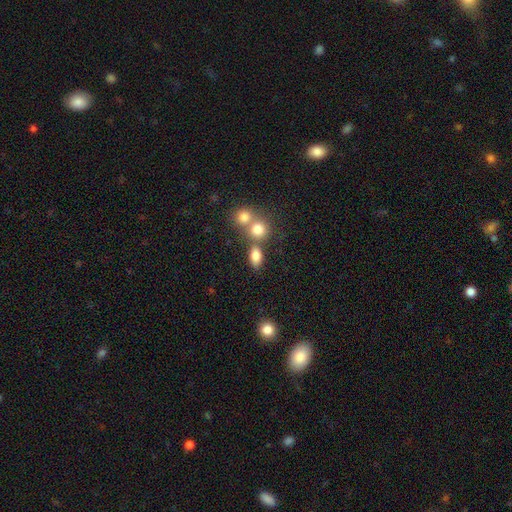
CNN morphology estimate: type=smooth (81%); roundness=in between (79%); merging=none (58%).